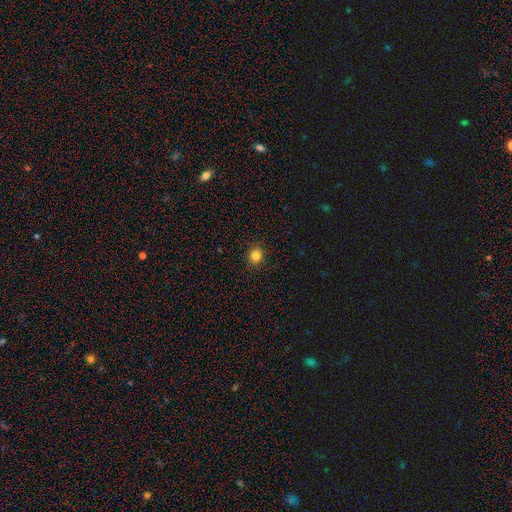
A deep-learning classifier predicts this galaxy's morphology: smooth 83%, star or artifact 13%, featured or disk 5%. Down the decision tree: how rounded — round (83%); merging — none (90%).